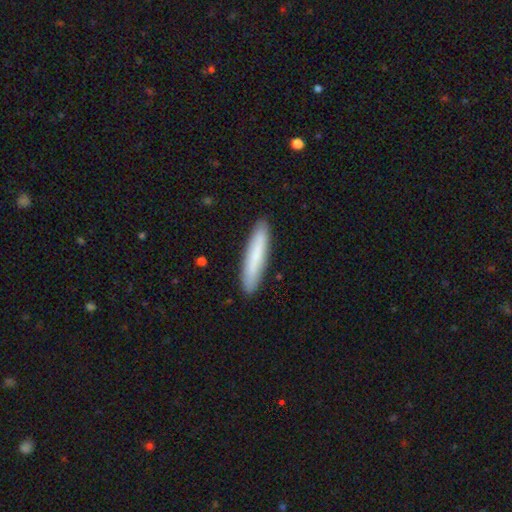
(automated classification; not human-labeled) Smooth or featured? smooth (76%)
How rounded? cigar-shaped (90%)
Merging? none (90%)